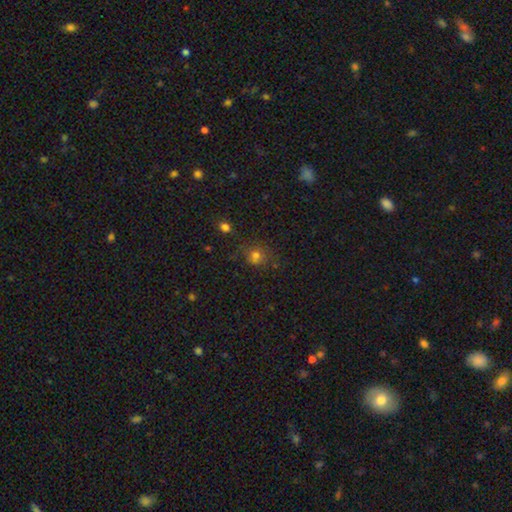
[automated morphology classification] The model was most divided on "how rounded": round: 75%, in between: 24%, cigar-shaped: 1%. More confident: smooth or featured — smooth (73%); merging — none (71%).